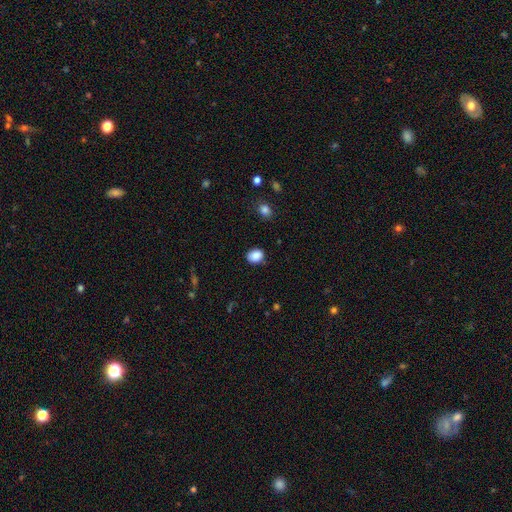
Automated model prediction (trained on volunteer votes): Morphology: type=smooth (88%); roundness=in between (51%); merging=none (83%).